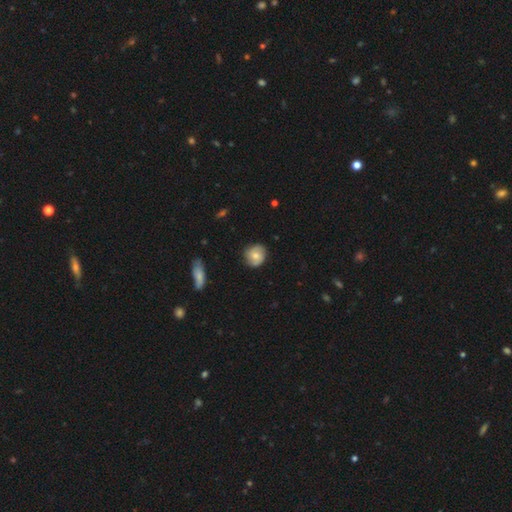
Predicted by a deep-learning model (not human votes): This is possibly a smooth galaxy (54%). How rounded: likely round (79%). Merging: clearly none (81%).